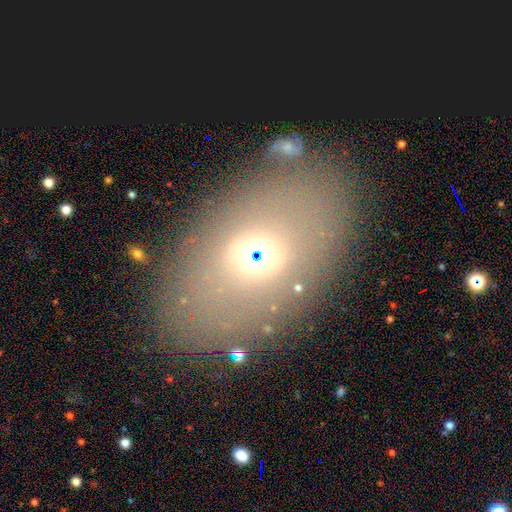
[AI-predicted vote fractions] Morphology: type=smooth (53%); roundness=in between (78%); merging=none (73%).